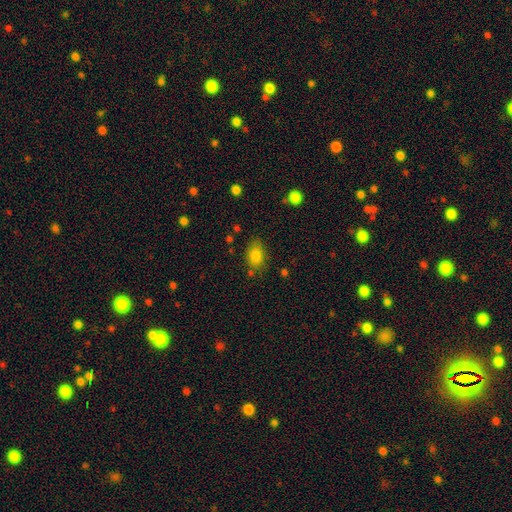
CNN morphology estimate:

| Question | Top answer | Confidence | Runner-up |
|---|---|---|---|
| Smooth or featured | smooth | 83% | star or artifact (10%) |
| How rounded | in between | 83% | round (15%) |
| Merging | none | 72% | minor disturbance (18%) |